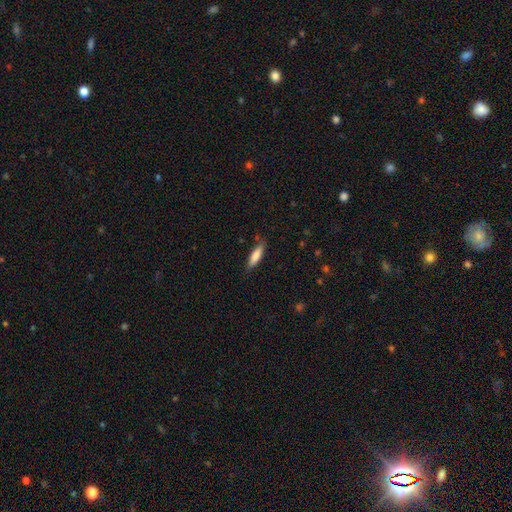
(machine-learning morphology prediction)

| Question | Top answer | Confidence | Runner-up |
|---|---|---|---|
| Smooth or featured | smooth | 79% | featured or disk (15%) |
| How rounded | cigar-shaped | 66% | in between (32%) |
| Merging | none | 81% | minor disturbance (15%) |